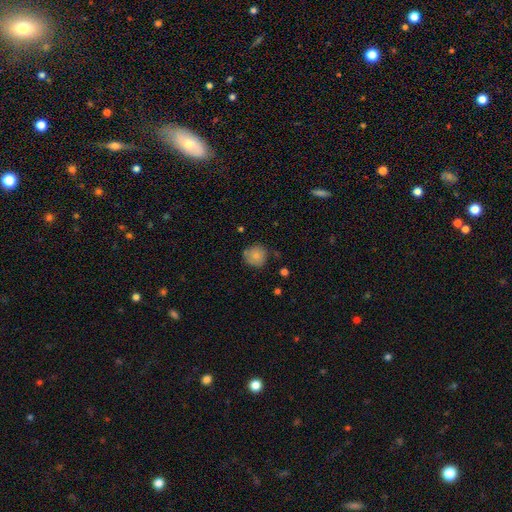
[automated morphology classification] Q: Smooth or featured?
A: smooth (77%); runner-up: featured or disk (14%)
Q: How rounded?
A: round (90%); runner-up: in between (9%)
Q: Merging?
A: none (73%); runner-up: minor disturbance (19%)